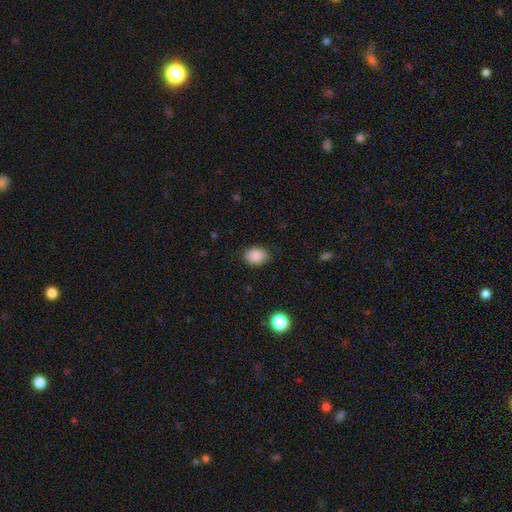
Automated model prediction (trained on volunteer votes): This is clearly a smooth galaxy (88%). How rounded: likely in between (62%). Merging: clearly none (85%).